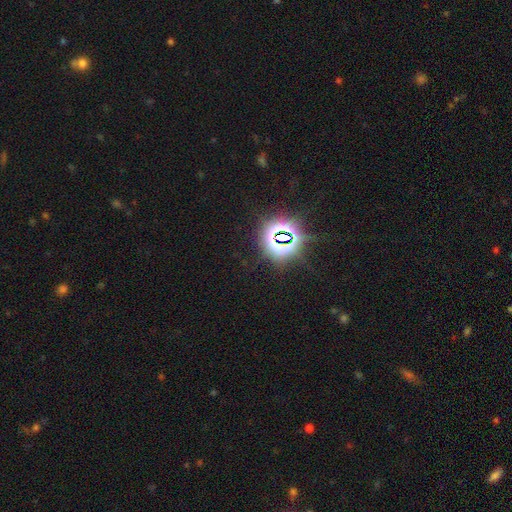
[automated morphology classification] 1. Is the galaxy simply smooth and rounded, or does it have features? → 82% star or artifact, 12% smooth, 7% featured or disk.